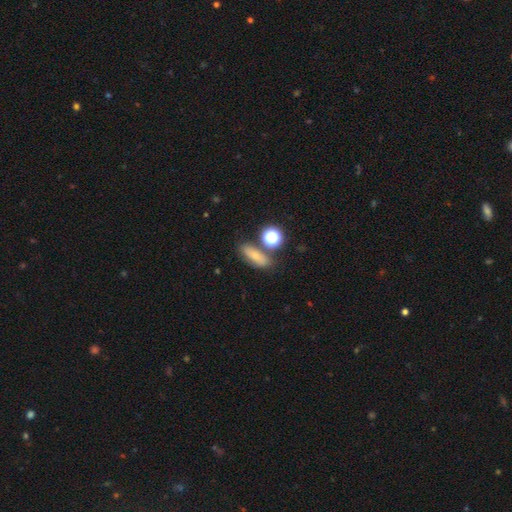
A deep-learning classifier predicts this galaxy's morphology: smooth 68%, featured or disk 18%, star or artifact 14%. Down the decision tree: how rounded — in between (59%); merging — none (69%).